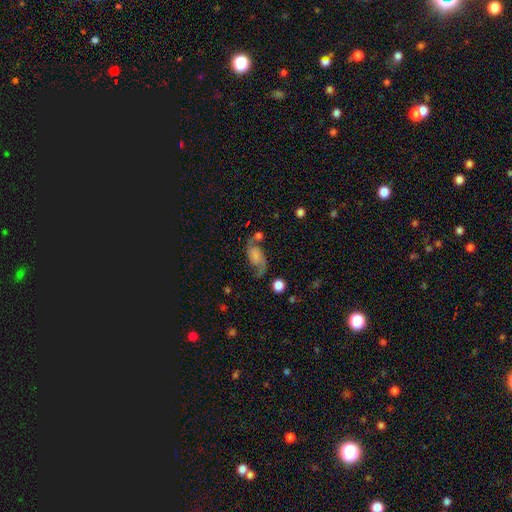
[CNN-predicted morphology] Smooth or featured?
  - featured or disk: 67% *
  - smooth: 23%
  - star or artifact: 9%
Edge-on disk?
  - no: 96% *
  - yes: 4%
Bar?
  - no: 63% *
  - weak: 28%
  - strong: 9%
Spiral arms?
  - yes: 92% *
  - no: 8%
Spiral winding?
  - loose: 65% *
  - medium: 27%
  - tight: 8%
Spiral arm count?
  - 2: 88% *
  - 1: 6%
  - can't tell: 3%
  - 3: 1%
  - 4: 1%
  - more than 4: 1%
Bulge size?
  - none: 56% *
  - small: 18%
  - large: 10%
  - moderate: 10%
  - dominant: 5%
Merging?
  - none: 51% *
  - minor disturbance: 22%
  - major disturbance: 16%
  - merger: 11%